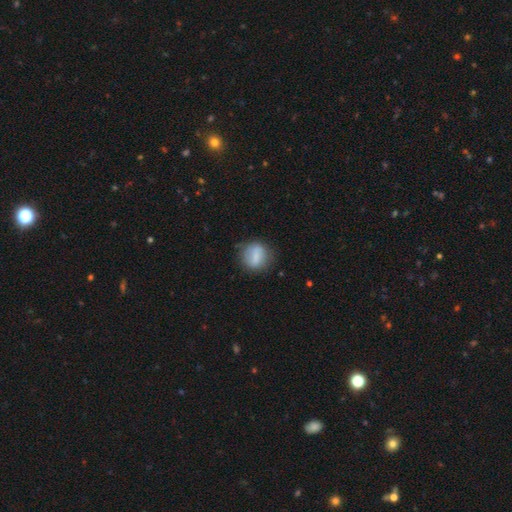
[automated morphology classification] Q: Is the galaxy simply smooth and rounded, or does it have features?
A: smooth — 67%.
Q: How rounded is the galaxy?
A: round — 67%.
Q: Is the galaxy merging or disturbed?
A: none — 72%.